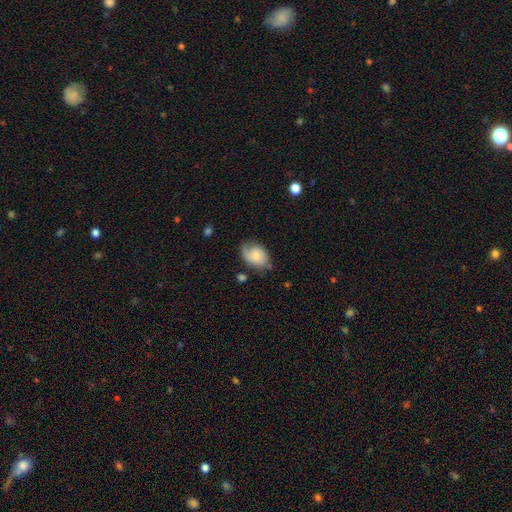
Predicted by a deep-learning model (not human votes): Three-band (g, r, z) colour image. It shows a smooth galaxy with no disk features (56%) that is in between round and cigar-shaped (75%). Merging: none (55%).